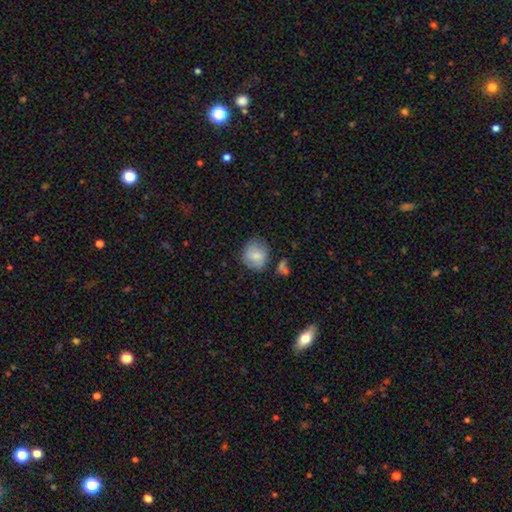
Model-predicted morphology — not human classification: type=smooth (76%); roundness=round (73%); merging=none (66%).